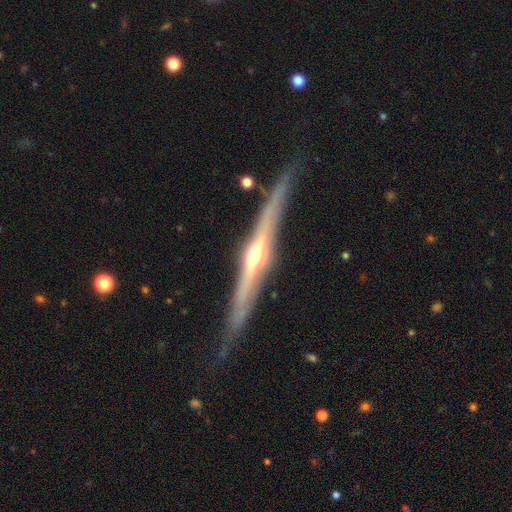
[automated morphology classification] A featured or disk galaxy (83%) viewed edge-on (97%) with a rounded central bulge (83%). Merging: none (83%).